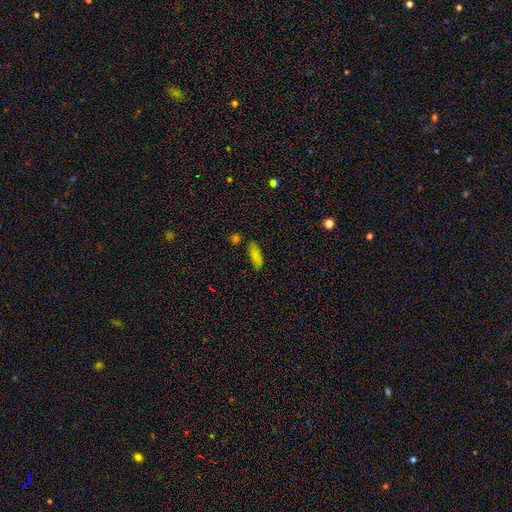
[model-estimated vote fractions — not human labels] Morphology: type=smooth (81%); roundness=in between (67%); merging=none (77%).